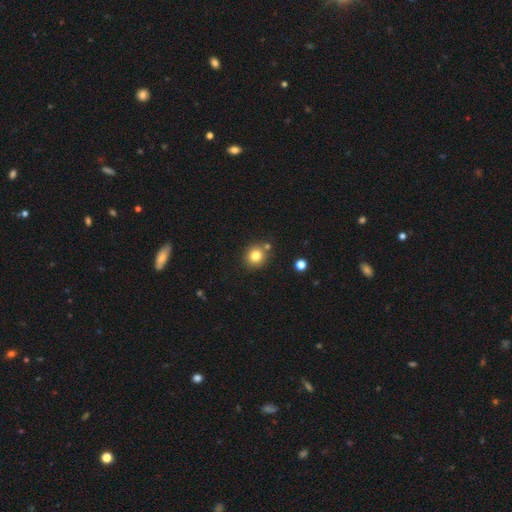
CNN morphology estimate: Smooth or featured: smooth — 81% (star or artifact — 12%)
How rounded: round — 86% (in between — 13%)
Merging: none — 79% (merger — 10%)